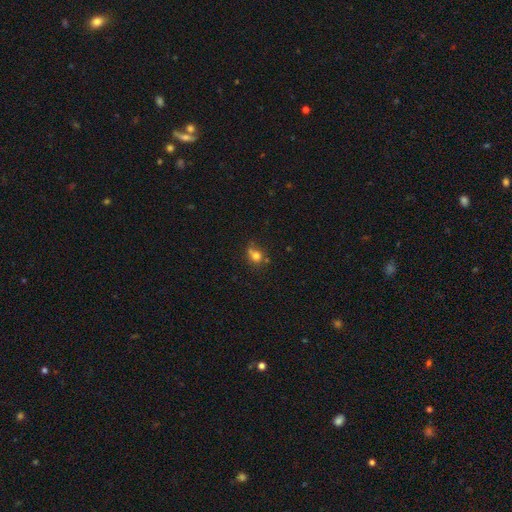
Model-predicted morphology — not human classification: This is likely a smooth galaxy (74%). How rounded: likely round (67%). Merging: possibly none (49%).